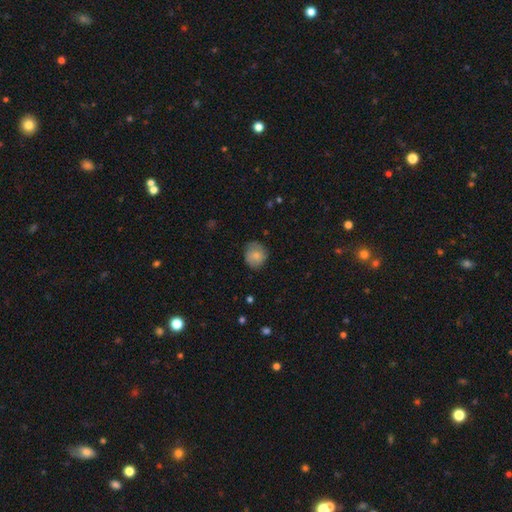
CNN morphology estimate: type=smooth (80%); roundness=round (82%); merging=none (76%).